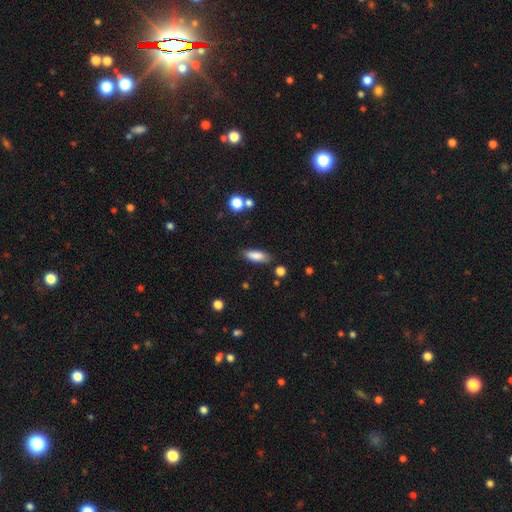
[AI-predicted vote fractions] A smooth galaxy with no disk features (85%) that is in between round and cigar-shaped (69%). Merging: none (81%).